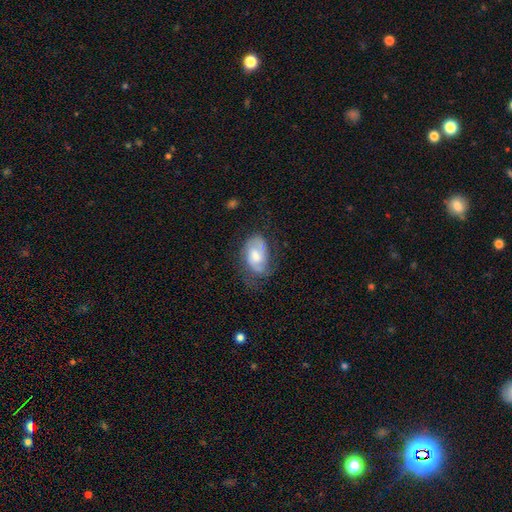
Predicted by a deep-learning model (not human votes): The model was most divided on "bar": no: 50%, weak: 42%, strong: 8%. Remaining: edge-on disk — no (96%); spiral arms — yes (80%); smooth or featured — featured or disk (56%); bulge size — moderate (54%); merging — none (47%).